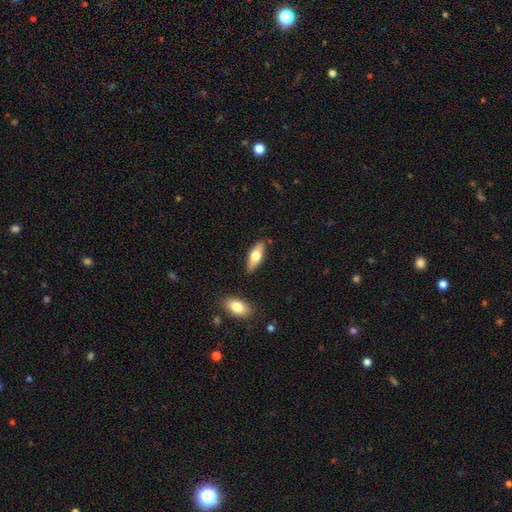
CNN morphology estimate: Q: Smooth or featured?
A: smooth (64%); runner-up: featured or disk (30%)
Q: How rounded?
A: in between (66%); runner-up: cigar-shaped (32%)
Q: Merging?
A: none (85%); runner-up: minor disturbance (10%)